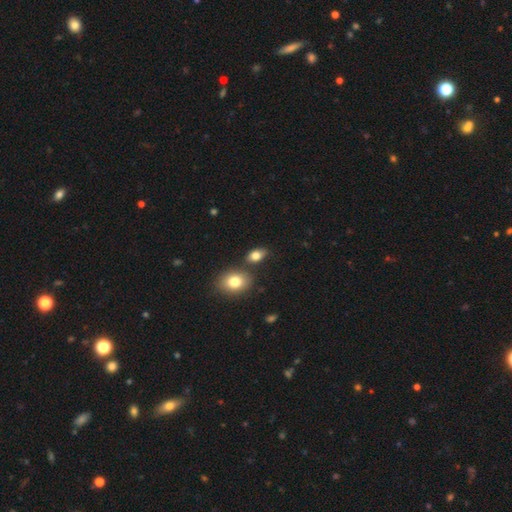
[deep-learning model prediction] A smooth galaxy with no disk features (80%) that is in between round and cigar-shaped (84%).

Vote fractions:
- Smooth or featured? smooth: 80% / featured or disk: 11% / star or artifact: 9%
- How rounded? in between: 84% / round: 13% / cigar-shaped: 3%
- Merging? none: 72% / minor disturbance: 13% / merger: 12% / major disturbance: 4%